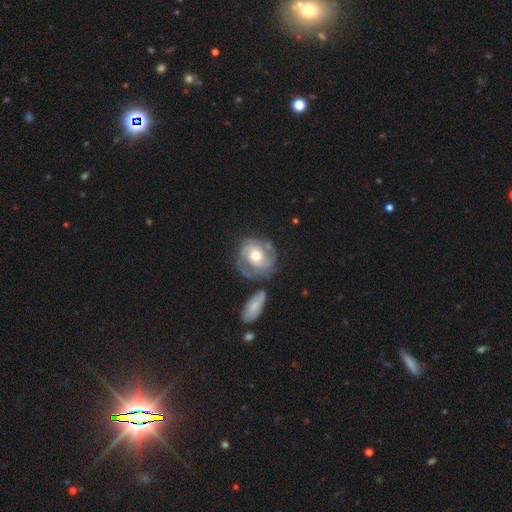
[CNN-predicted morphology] featured or disk 78%, smooth 17%, star or artifact 5%. Down the decision tree: edge-on disk — no (97%); bar — no (69%); spiral arms — yes (90%); spiral arm count — 2 (59%); spiral winding — tight (53%); bulge size — moderate (64%); merging — none (61%).